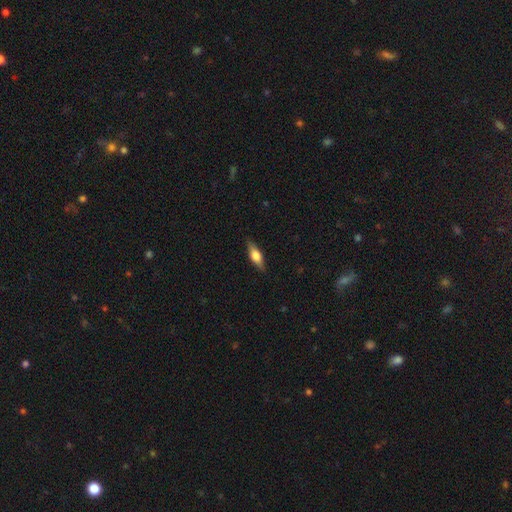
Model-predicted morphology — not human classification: The model was most divided on "how rounded": in between: 55%, cigar-shaped: 42%, round: 3%. More confident: merging — none (86%); smooth or featured — smooth (56%).